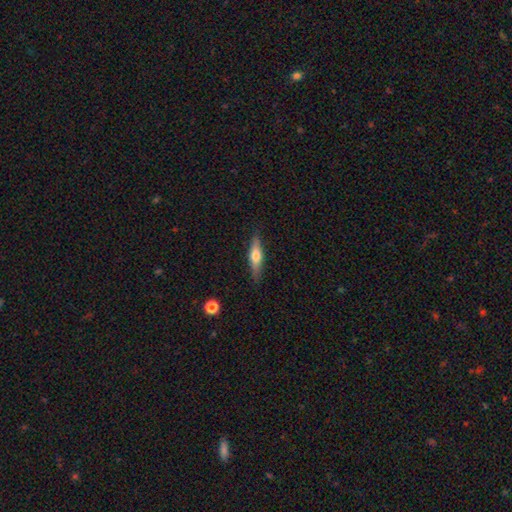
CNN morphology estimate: This appears to be a featured or disk galaxy (48%). Merging: none (86%).